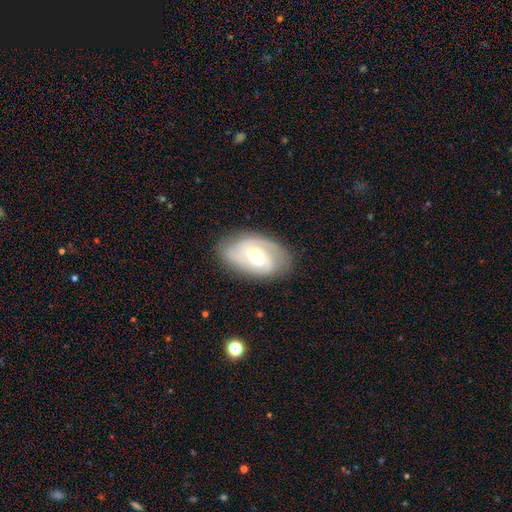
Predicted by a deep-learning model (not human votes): Overall: featured or disk (76%). Edge-on disk: no (95%). Bar: no (44%; weak 42%). Spiral arms: yes (90%). Spiral arm count: 2 (50%; can't tell 22%). Spiral winding: tight (51%; medium 37%). Bulge size: moderate (67%). Merging: none (77%).